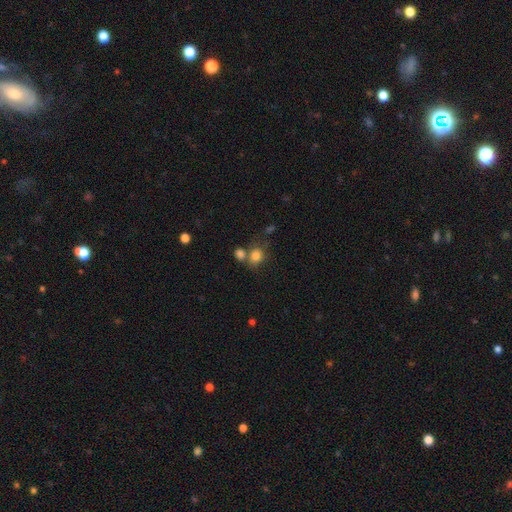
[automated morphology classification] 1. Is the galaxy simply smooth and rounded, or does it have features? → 81% smooth, 11% star or artifact, 8% featured or disk.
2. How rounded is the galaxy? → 65% round, 34% in between, 1% cigar-shaped.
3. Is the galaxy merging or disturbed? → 53% none, 28% merger, 13% minor disturbance, 6% major disturbance.